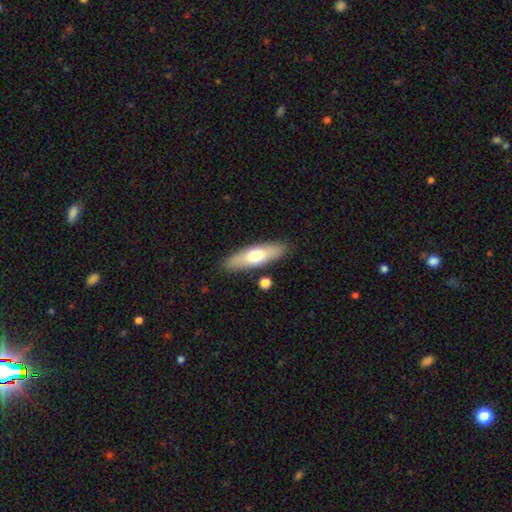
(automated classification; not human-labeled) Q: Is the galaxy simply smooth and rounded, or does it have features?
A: smooth — 60%.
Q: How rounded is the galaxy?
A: cigar-shaped — 53%.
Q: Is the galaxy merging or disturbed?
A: none — 85%.